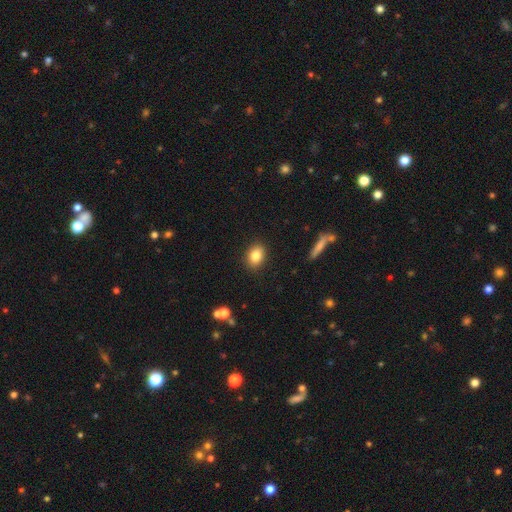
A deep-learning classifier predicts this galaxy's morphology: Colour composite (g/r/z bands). It shows a smooth galaxy with no disk features (84%) that is in between round and cigar-shaped (70%). Merging: none (89%).